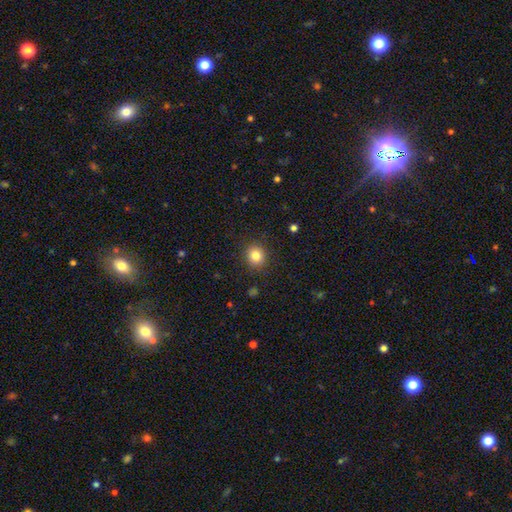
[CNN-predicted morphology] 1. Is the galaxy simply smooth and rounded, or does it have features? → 83% smooth, 11% star or artifact, 6% featured or disk.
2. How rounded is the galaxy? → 84% round, 15% in between, 1% cigar-shaped.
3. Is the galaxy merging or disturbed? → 89% none, 7% minor disturbance, 3% major disturbance, 1% merger.